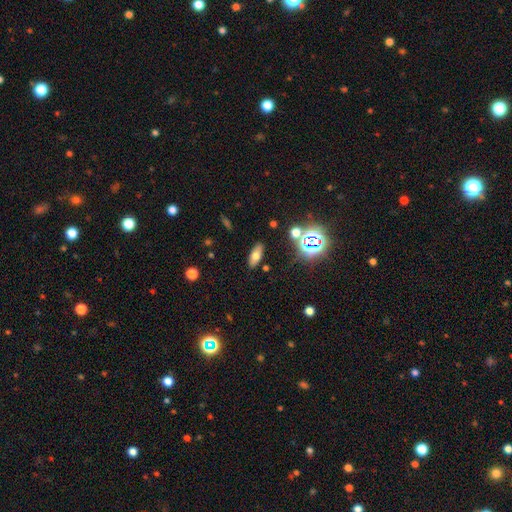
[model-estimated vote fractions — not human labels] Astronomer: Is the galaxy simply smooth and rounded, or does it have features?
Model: smooth — 62%.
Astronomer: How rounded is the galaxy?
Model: in between — 74%.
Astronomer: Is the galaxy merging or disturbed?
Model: none — 86%.